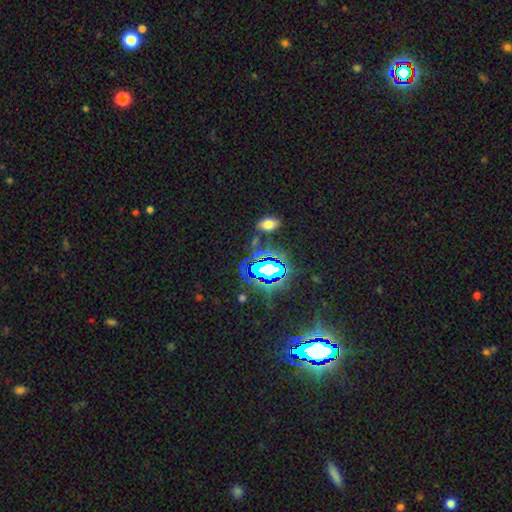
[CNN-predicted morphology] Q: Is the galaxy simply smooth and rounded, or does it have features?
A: star or artifact — 79%.